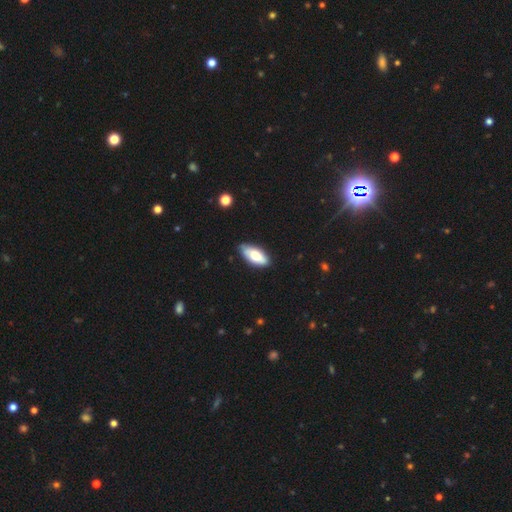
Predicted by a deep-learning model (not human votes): Q: Smooth or featured?
A: smooth (72%); runner-up: featured or disk (22%)
Q: How rounded?
A: in between (86%); runner-up: cigar-shaped (12%)
Q: Merging?
A: none (81%); runner-up: minor disturbance (15%)